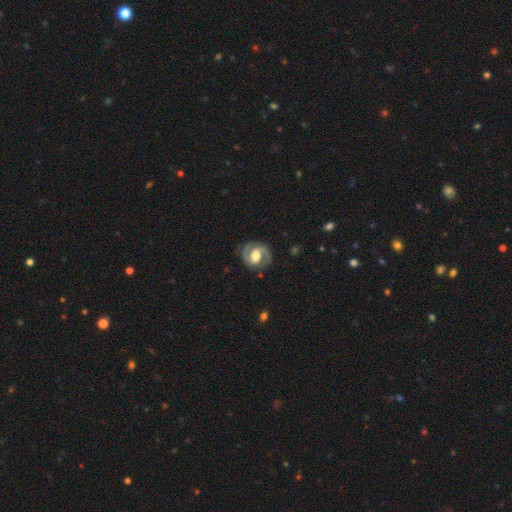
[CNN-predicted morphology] The model was most divided on "spiral winding": medium: 50%, tight: 38%, loose: 12%. Remaining: edge-on disk — no (98%); spiral arms — yes (93%); spiral arm count — 2 (90%); smooth or featured — featured or disk (84%); merging — none (81%); bulge size — moderate (54%); bar — weak (47%).